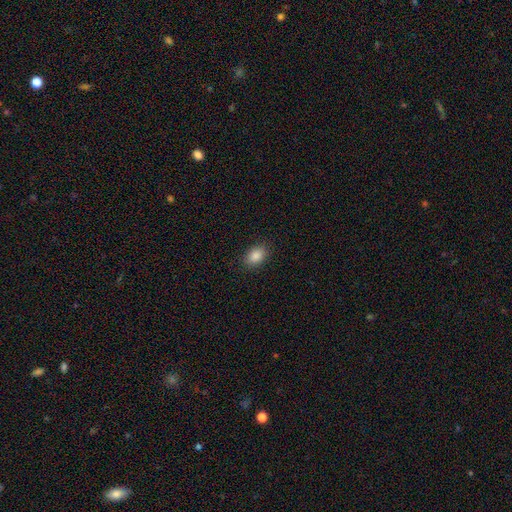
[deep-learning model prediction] Overall: smooth (86%). How rounded: in between (80%). Merging: none (89%).